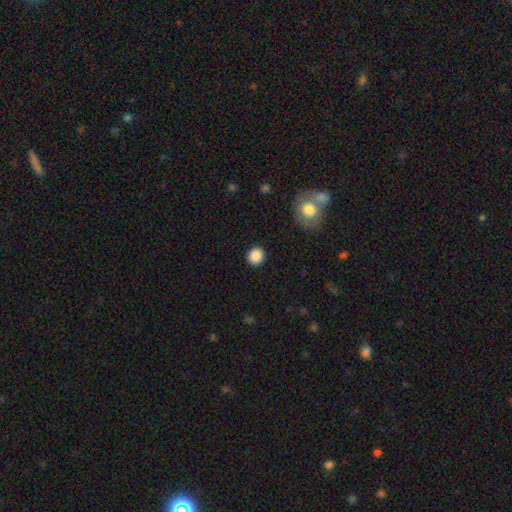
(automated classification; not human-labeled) Morphology: type=smooth (88%); roundness=round (79%); merging=none (90%).